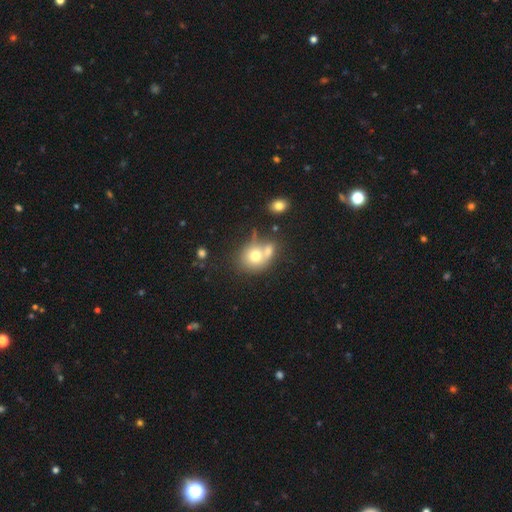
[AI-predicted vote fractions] smooth 70%, featured or disk 19%, star or artifact 11%. Down the decision tree: how rounded — round (72%); merging — merger (48%).